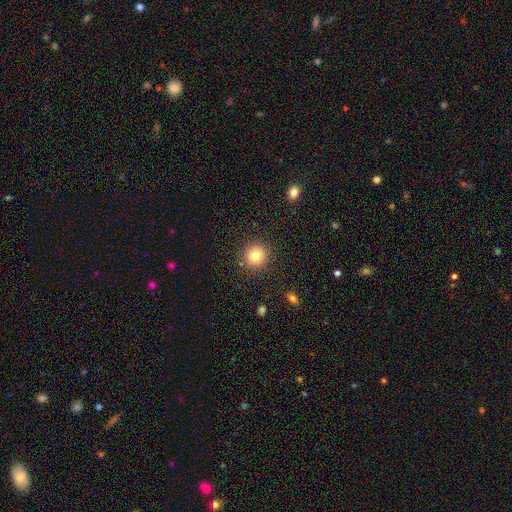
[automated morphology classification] smooth_or_featured: smooth (p=0.81) [alt: star or artifact p=0.12]
how_rounded: round (p=0.93) [alt: in between p=0.06]
merging: none (p=0.89) [alt: minor disturbance p=0.07]